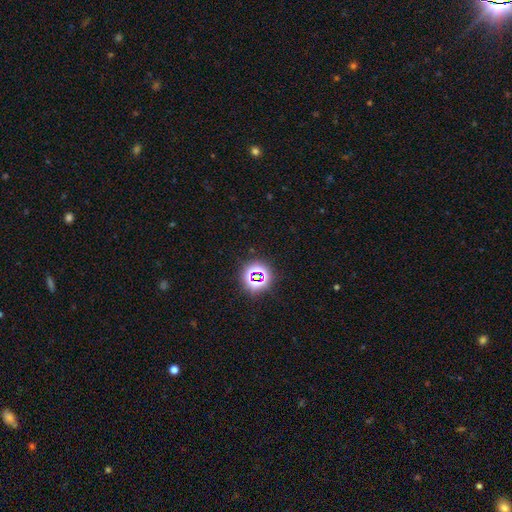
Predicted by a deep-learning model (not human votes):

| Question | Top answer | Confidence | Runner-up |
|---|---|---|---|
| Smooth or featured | star or artifact | 75% | smooth (18%) |